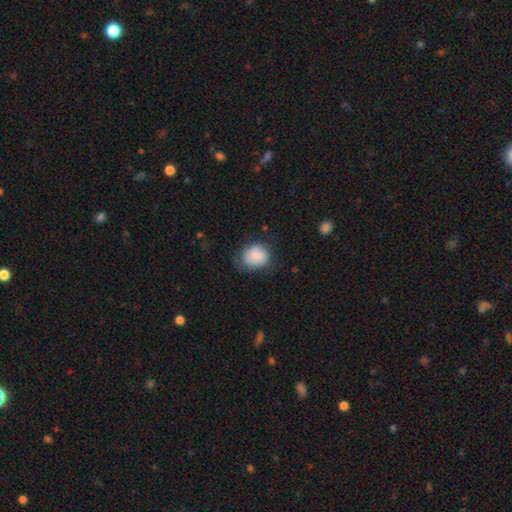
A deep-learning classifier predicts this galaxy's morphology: Overall: smooth (83%). How rounded: round (65%; in between 34%). Merging: none (60%; minor disturbance 28%).